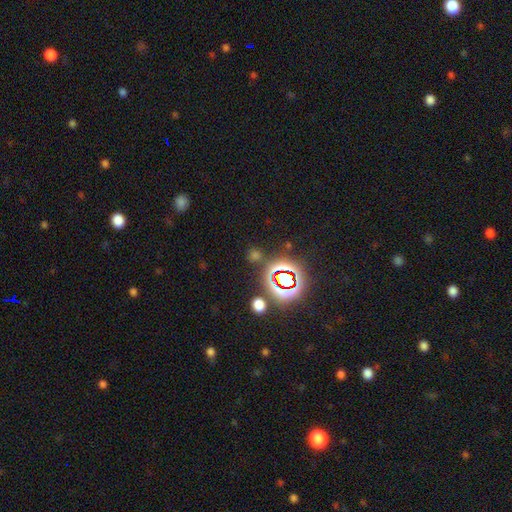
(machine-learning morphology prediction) A star or artifact, not a galaxy (51%).